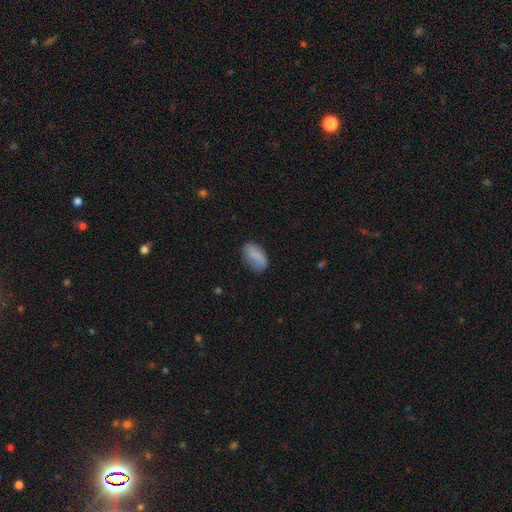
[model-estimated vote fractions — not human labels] Overall: smooth (83%). How rounded: in between (91%). Merging: none (70%).